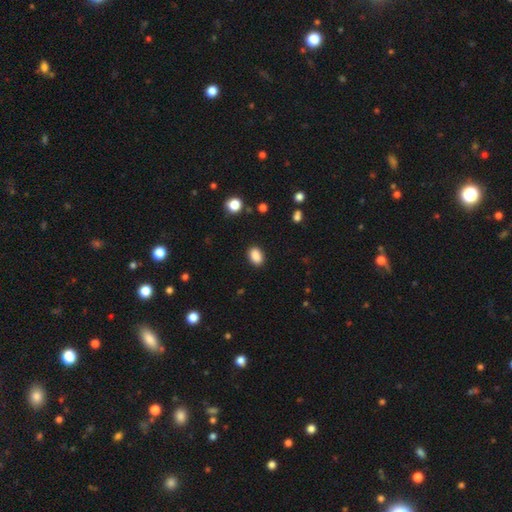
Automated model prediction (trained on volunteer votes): Smooth or featured?
  - smooth: 88% *
  - star or artifact: 9%
  - featured or disk: 3%
How rounded?
  - in between: 85% *
  - round: 13%
  - cigar-shaped: 1%
Merging?
  - none: 89% *
  - minor disturbance: 8%
  - major disturbance: 2%
  - merger: 1%